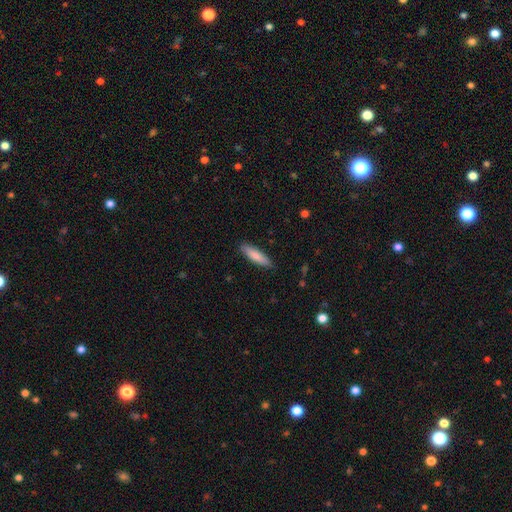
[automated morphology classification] This is clearly a smooth galaxy (82%). How rounded: likely cigar-shaped (67%). Merging: clearly none (87%).